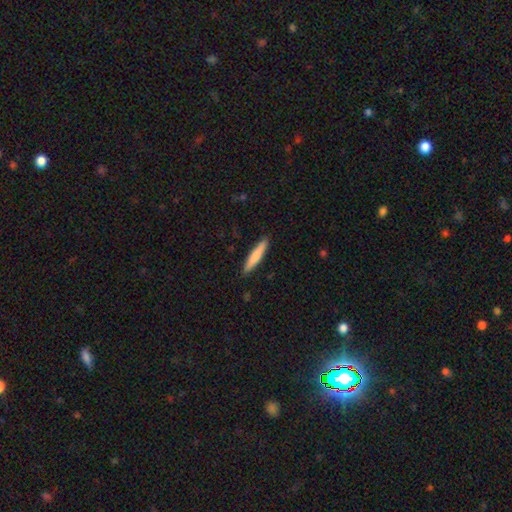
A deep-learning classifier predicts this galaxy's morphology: This is likely a smooth galaxy (74%). How rounded: clearly cigar-shaped (90%). Merging: clearly none (90%).